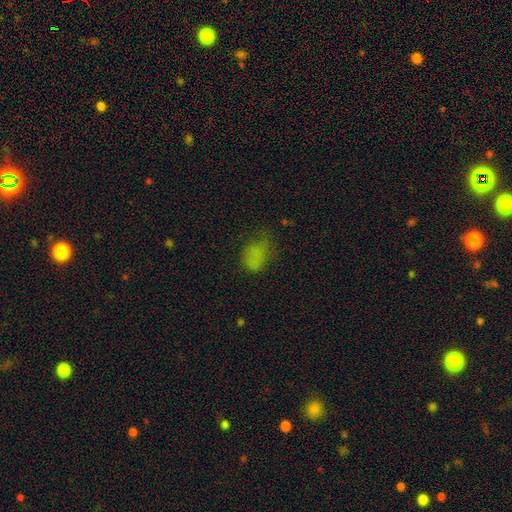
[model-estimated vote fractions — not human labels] smooth-or-featured: smooth: 69% | star or artifact: 19% | featured or disk: 12%
  how-rounded: in between: 74% | round: 23% | cigar-shaped: 2%
  merging: none: 45% | minor disturbance: 29% | major disturbance: 24% | merger: 3%